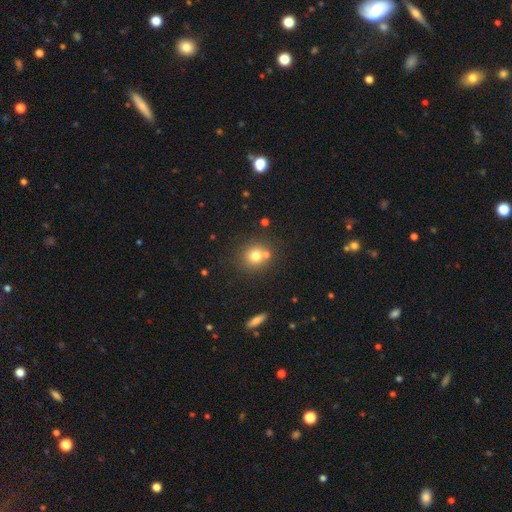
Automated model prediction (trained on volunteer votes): Overall: smooth (74%). How rounded: round (88%). Merging: none (64%; merger 24%).